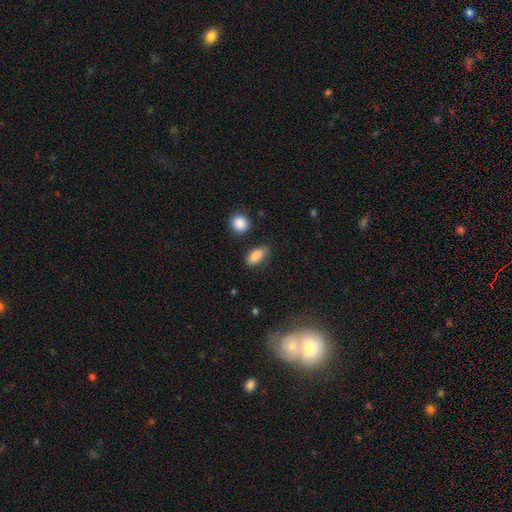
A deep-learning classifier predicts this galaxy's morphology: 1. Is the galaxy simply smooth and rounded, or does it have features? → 86% smooth, 8% star or artifact, 6% featured or disk.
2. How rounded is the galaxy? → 88% in between, 6% cigar-shaped, 6% round.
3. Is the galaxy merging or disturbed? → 74% none, 18% minor disturbance, 4% major disturbance, 3% merger.